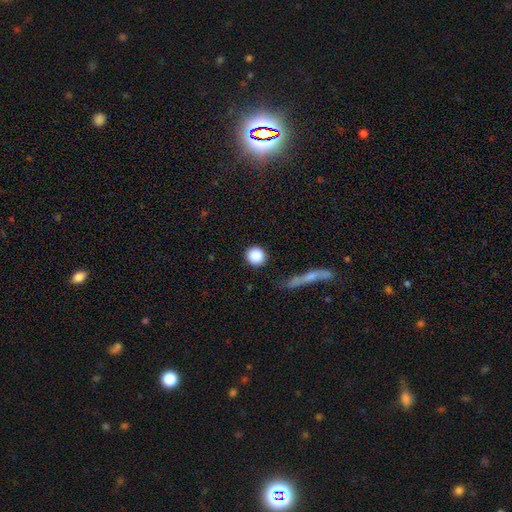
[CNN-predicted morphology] Smooth or featured?
  - smooth: 88% *
  - star or artifact: 8%
  - featured or disk: 4%
How rounded?
  - round: 93% *
  - in between: 6%
  - cigar-shaped: 2%
Merging?
  - none: 88% *
  - minor disturbance: 7%
  - major disturbance: 3%
  - merger: 2%